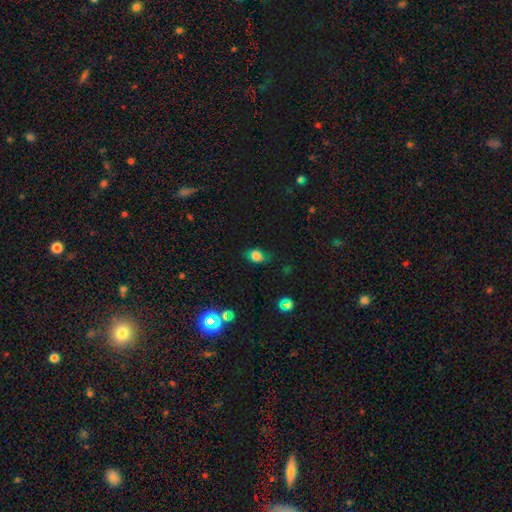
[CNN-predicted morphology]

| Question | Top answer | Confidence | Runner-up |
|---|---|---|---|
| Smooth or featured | smooth | 67% | star or artifact (19%) |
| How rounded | in between | 60% | round (38%) |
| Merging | none | 61% | minor disturbance (24%) |